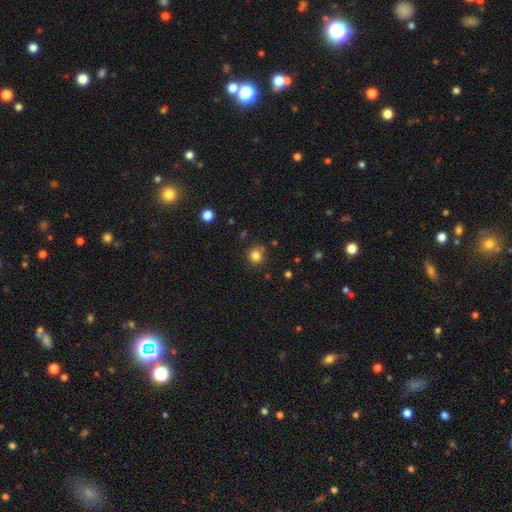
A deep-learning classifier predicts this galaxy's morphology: The model was most divided on "smooth or featured": smooth: 82%, star or artifact: 13%, featured or disk: 5%. More confident: how rounded — round (87%); merging — none (83%).